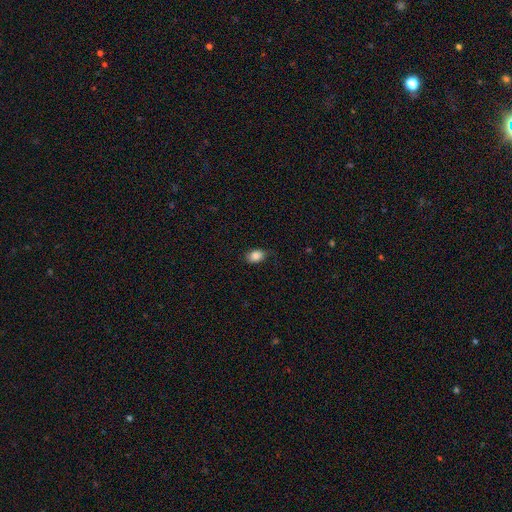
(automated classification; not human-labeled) Q: Smooth or featured?
A: smooth (85%); runner-up: star or artifact (9%)
Q: How rounded?
A: in between (79%); runner-up: round (20%)
Q: Merging?
A: none (79%); runner-up: minor disturbance (17%)